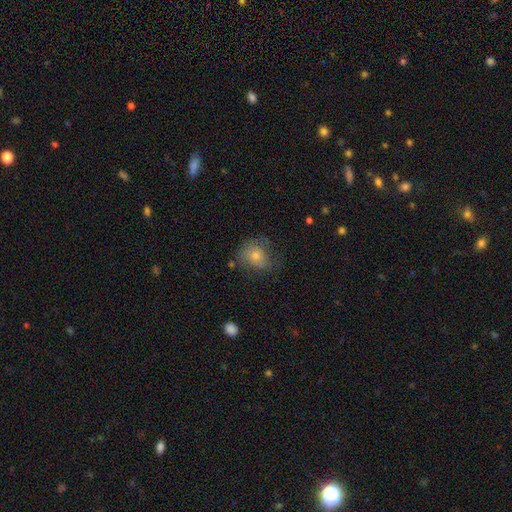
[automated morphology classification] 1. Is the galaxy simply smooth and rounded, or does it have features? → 59% smooth, 29% featured or disk, 12% star or artifact.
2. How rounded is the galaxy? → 63% round, 36% in between, 1% cigar-shaped.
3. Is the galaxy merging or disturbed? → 56% none, 26% minor disturbance, 15% major disturbance, 2% merger.